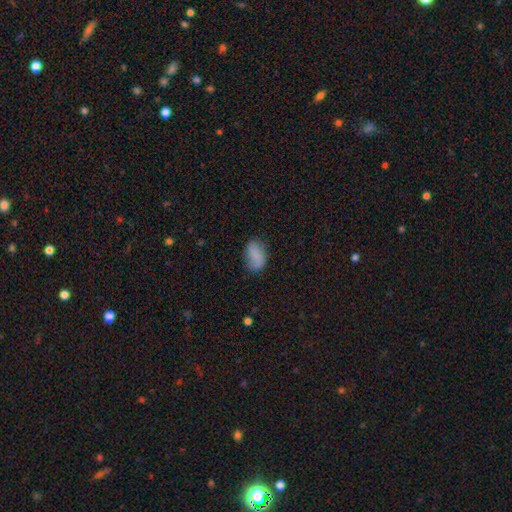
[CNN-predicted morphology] Smooth or featured? Predicted: smooth (p=0.83). How rounded? Predicted: in between (p=0.91). Merging? Predicted: none (p=0.71).